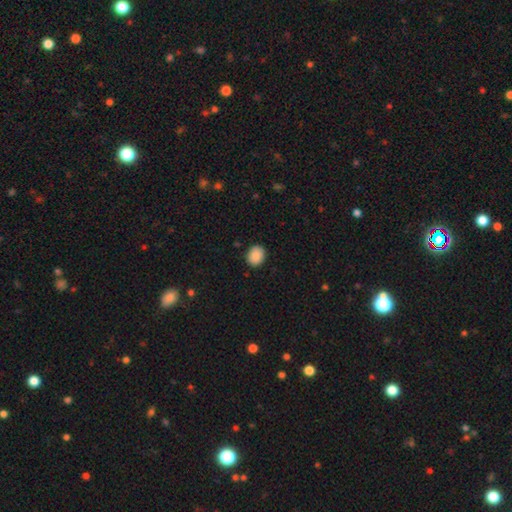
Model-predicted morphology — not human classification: Smooth or featured: smooth — 89% (star or artifact — 8%)
How rounded: round — 53% (in between — 47%)
Merging: none — 89% (minor disturbance — 8%)